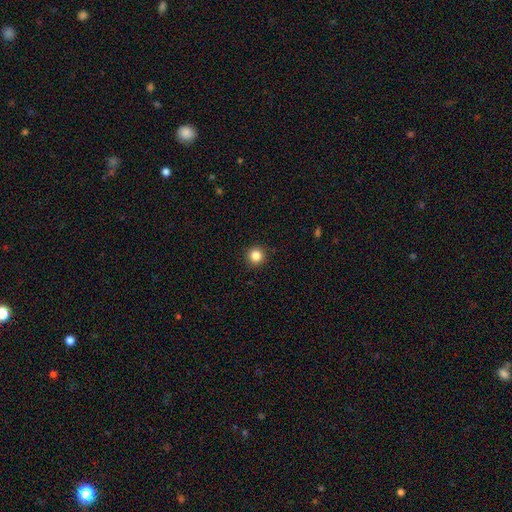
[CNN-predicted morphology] smooth_or_featured: smooth (p=0.85) [alt: star or artifact p=0.11]
how_rounded: round (p=0.96) [alt: in between p=0.03]
merging: none (p=0.92) [alt: minor disturbance p=0.05]